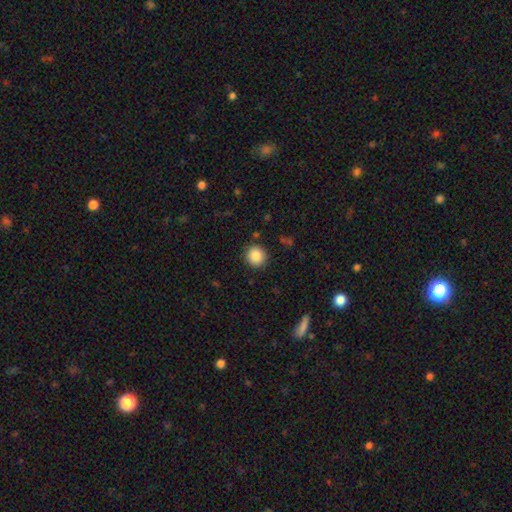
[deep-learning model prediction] Smooth or featured? Predicted: smooth (p=0.88). How rounded? Predicted: round (p=0.92). Merging? Predicted: none (p=0.90).